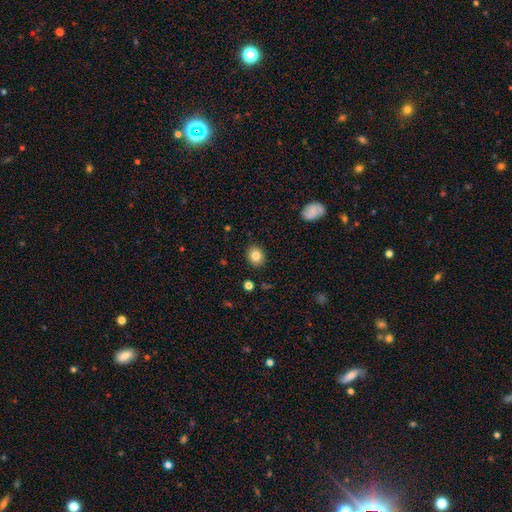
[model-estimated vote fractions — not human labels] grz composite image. It shows a smooth galaxy with no disk features (83%) that is round (71%). Merging: none (89%).